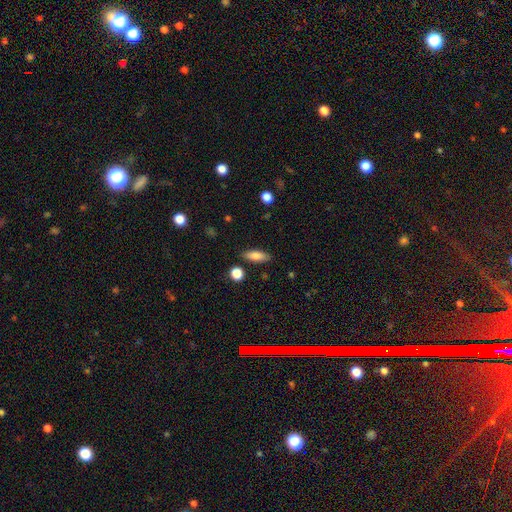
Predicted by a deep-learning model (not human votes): Morphology: type=smooth (80%); roundness=in between (68%); merging=none (85%).